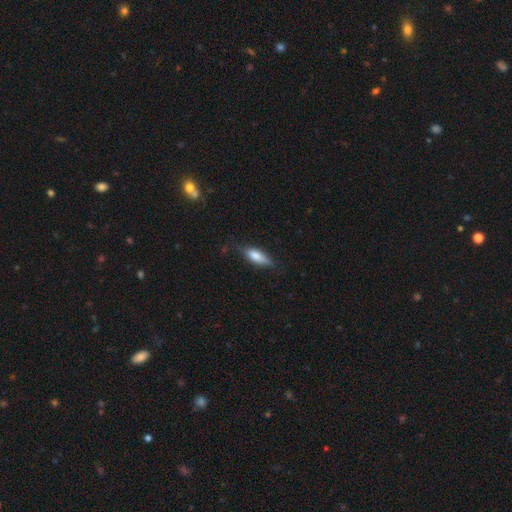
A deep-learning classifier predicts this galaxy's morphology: This appears to be a smooth galaxy with no disk features (73%) that is in between round and cigar-shaped (59%). Merging: none (71%).